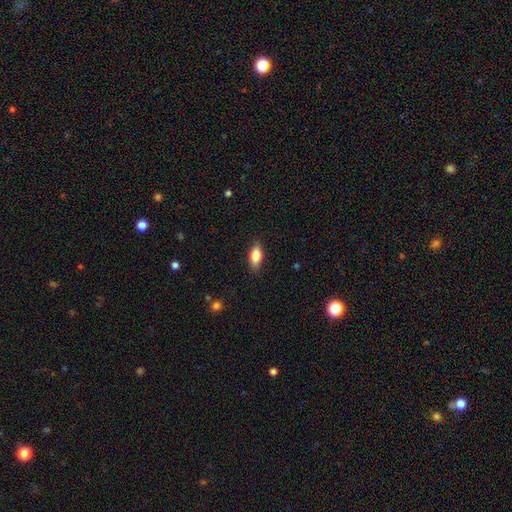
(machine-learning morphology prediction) This appears to be a smooth galaxy with no disk features (82%) that is in between round and cigar-shaped (85%). Merging: none (85%).